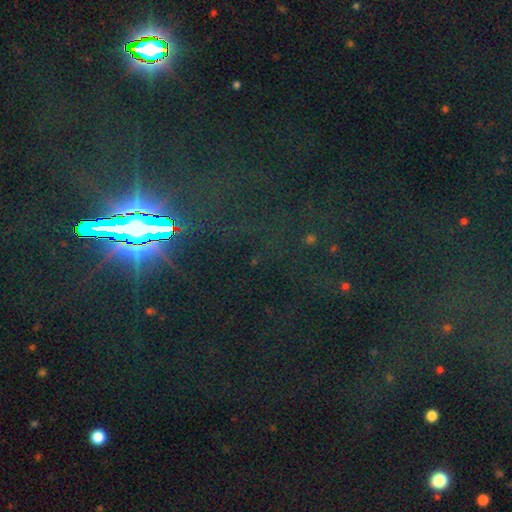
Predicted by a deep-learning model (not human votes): Smooth or featured: star or artifact — 82% (smooth — 9%)